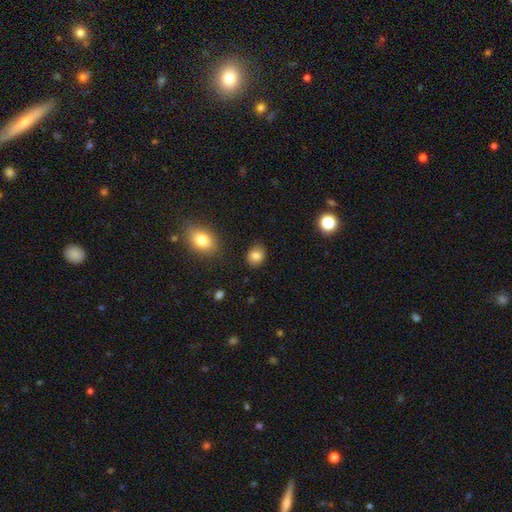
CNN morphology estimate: Overall: smooth (84%). How rounded: round (57%; in between 42%). Merging: none (83%).